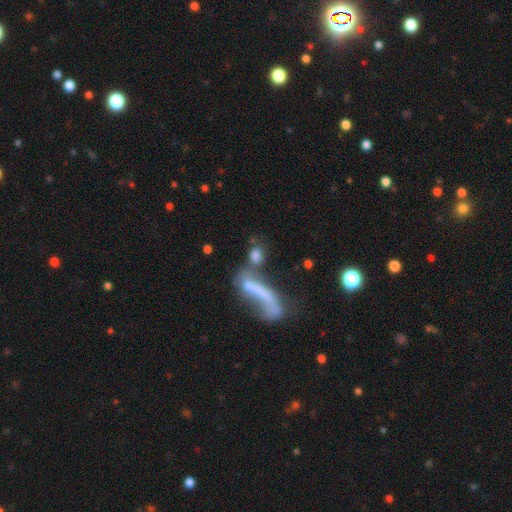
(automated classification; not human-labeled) smooth_or_featured: smooth (p=0.67) [alt: featured or disk p=0.21]
how_rounded: in between (p=0.48) [alt: cigar-shaped p=0.28]
merging: merger (p=0.45) [alt: none p=0.28]